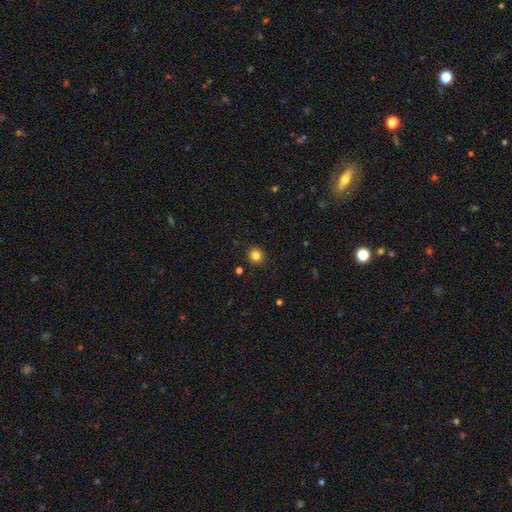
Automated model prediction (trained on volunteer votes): Smooth or featured? Predicted: smooth (p=0.82). How rounded? Predicted: round (p=0.90). Merging? Predicted: none (p=0.91).